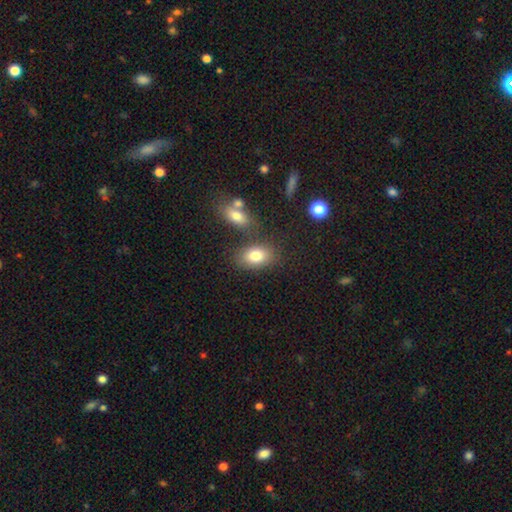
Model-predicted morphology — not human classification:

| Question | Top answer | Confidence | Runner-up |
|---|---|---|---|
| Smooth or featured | smooth | 81% | featured or disk (11%) |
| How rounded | in between | 85% | round (13%) |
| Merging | none | 71% | minor disturbance (13%) |